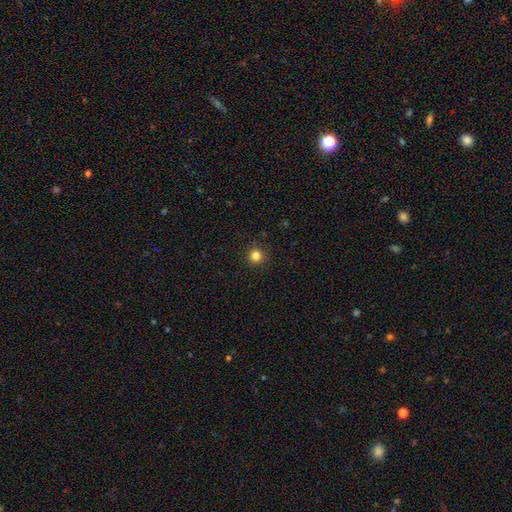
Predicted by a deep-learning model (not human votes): smooth-or-featured: smooth: 82% | star or artifact: 14% | featured or disk: 4%
  how-rounded: round: 95% | in between: 4% | cigar-shaped: 1%
  merging: none: 92% | minor disturbance: 5% | major disturbance: 2% | merger: 1%